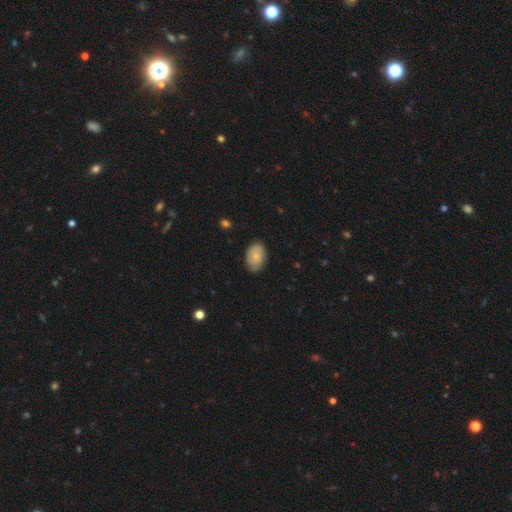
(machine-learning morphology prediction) smooth 82%, featured or disk 12%, star or artifact 6%. Down the decision tree: how rounded — in between (87%); merging — none (83%).